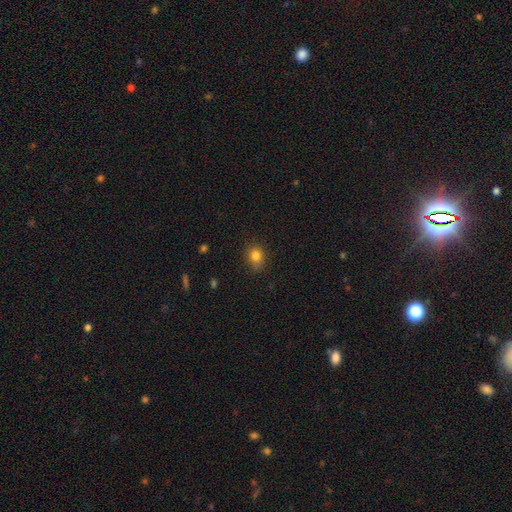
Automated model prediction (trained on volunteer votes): Smooth or featured: smooth — 82% (star or artifact — 12%)
How rounded: round — 63% (in between — 36%)
Merging: none — 77% (minor disturbance — 18%)